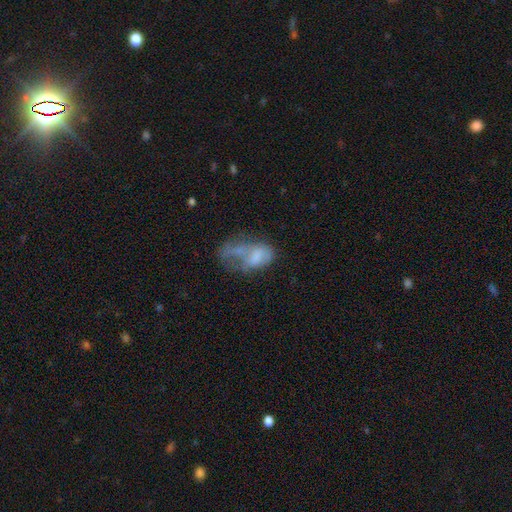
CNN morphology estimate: A smooth galaxy with no disk features (47%).

Vote fractions:
- Smooth or featured? smooth: 47% / featured or disk: 40% / star or artifact: 12%
- Merging? major disturbance: 38% / merger: 24% / none: 20% / minor disturbance: 18%